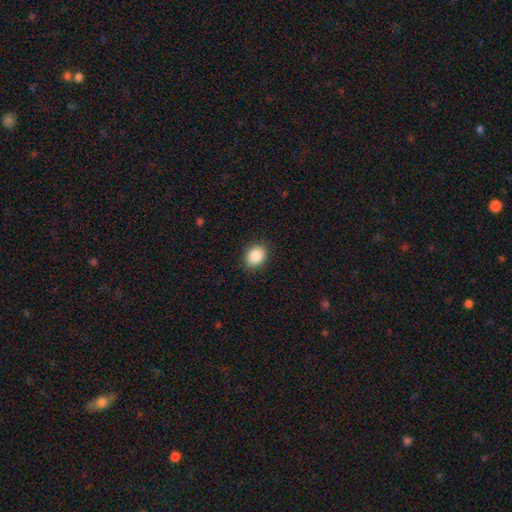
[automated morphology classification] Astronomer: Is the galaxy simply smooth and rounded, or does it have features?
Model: smooth — 87%.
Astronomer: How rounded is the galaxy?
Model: in between — 59% (runner-up: round, 40%).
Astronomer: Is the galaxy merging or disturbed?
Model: none — 88%.